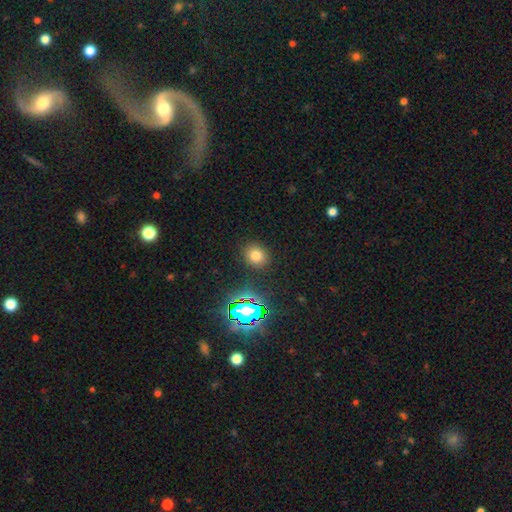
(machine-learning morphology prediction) A smooth galaxy with no disk features (72%) that is round (72%).

Vote fractions:
- Smooth or featured? smooth: 72% / star or artifact: 20% / featured or disk: 8%
- How rounded? round: 72% / in between: 27% / cigar-shaped: 1%
- Merging? none: 88% / minor disturbance: 7% / major disturbance: 3% / merger: 2%